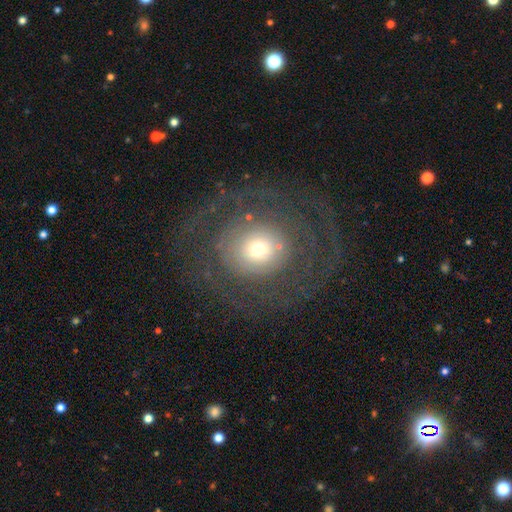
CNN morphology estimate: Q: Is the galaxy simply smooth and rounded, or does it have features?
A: featured or disk — 55%.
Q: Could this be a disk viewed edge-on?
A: no — 95%.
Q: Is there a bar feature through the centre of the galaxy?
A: no — 87%.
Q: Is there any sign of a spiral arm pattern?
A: no — 64%.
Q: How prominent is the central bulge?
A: small — 46%.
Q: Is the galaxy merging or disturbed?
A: none — 78%.